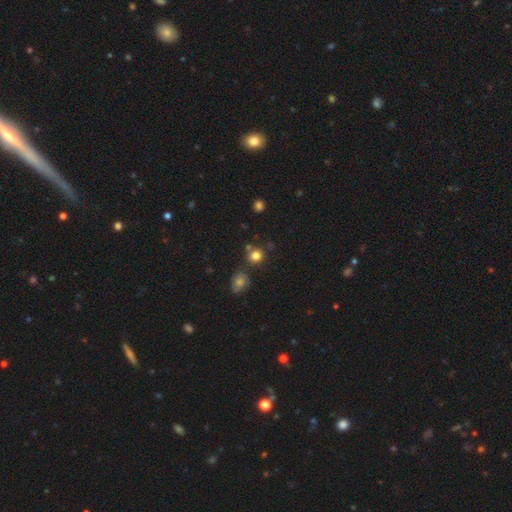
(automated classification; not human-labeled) Morphology: type=smooth (79%); roundness=round (87%); merging=none (71%).